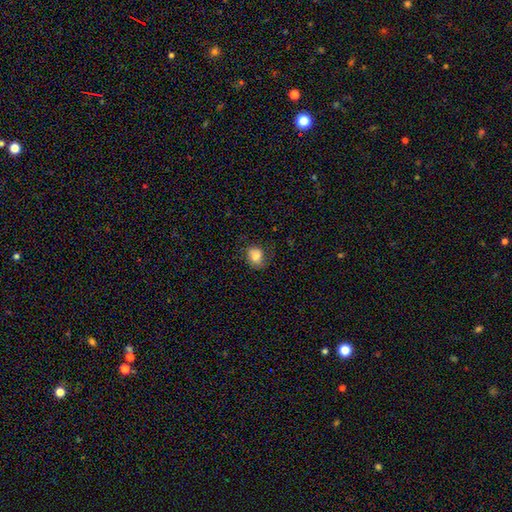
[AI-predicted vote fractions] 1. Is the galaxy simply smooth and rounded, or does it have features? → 78% smooth, 12% featured or disk, 9% star or artifact.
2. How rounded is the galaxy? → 60% round, 39% in between, 1% cigar-shaped.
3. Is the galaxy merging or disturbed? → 65% none, 23% minor disturbance, 10% major disturbance, 1% merger.